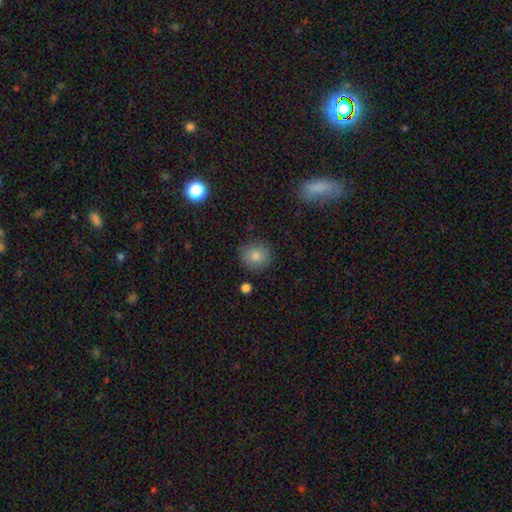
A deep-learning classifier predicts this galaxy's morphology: Smooth or featured? Predicted: smooth (p=0.84). How rounded? Predicted: round (p=0.87). Merging? Predicted: none (p=0.85).